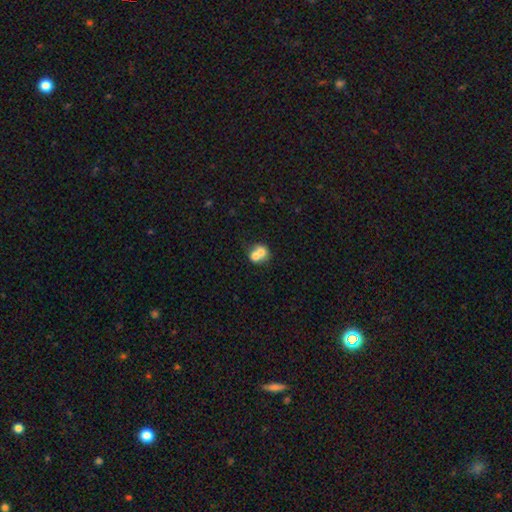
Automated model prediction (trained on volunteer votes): This appears to be a smooth galaxy with no disk features (67%) that is round (68%). Merging: merger (68%).